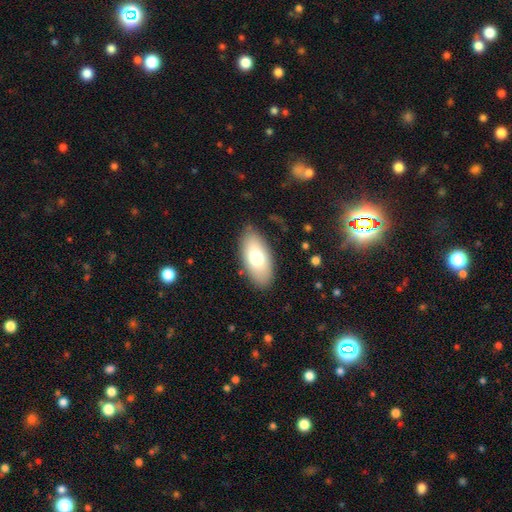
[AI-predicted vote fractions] A smooth galaxy with no disk features (70%) that is in between round and cigar-shaped (91%). Merging: none (86%).